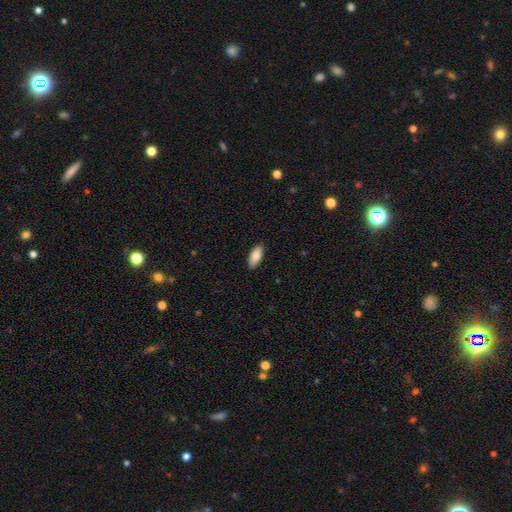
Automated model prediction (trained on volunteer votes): This is clearly a smooth galaxy (85%). How rounded: clearly in between (86%). Merging: clearly none (89%).